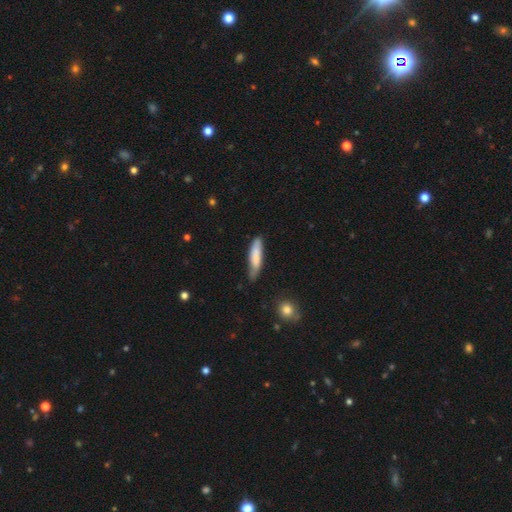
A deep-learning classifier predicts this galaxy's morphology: A smooth galaxy with no disk features (73%) that is cigar-shaped (74%). Merging: none (60%).